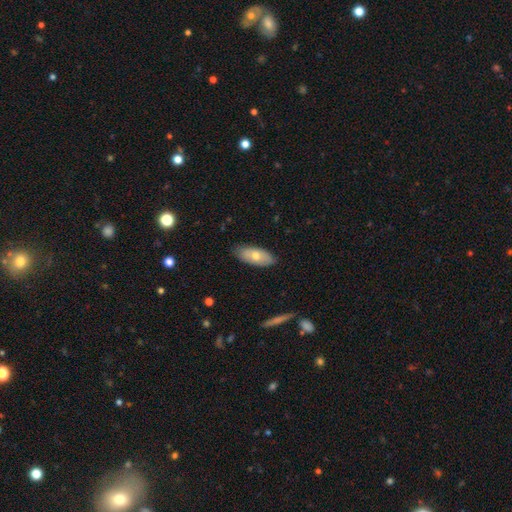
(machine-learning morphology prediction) A smooth galaxy with no disk features (62%) that is in between round and cigar-shaped (84%).

Vote fractions:
- Smooth or featured? smooth: 62% / featured or disk: 32% / star or artifact: 6%
- How rounded? in between: 84% / cigar-shaped: 13% / round: 3%
- Merging? none: 84% / minor disturbance: 13% / major disturbance: 2% / merger: 1%